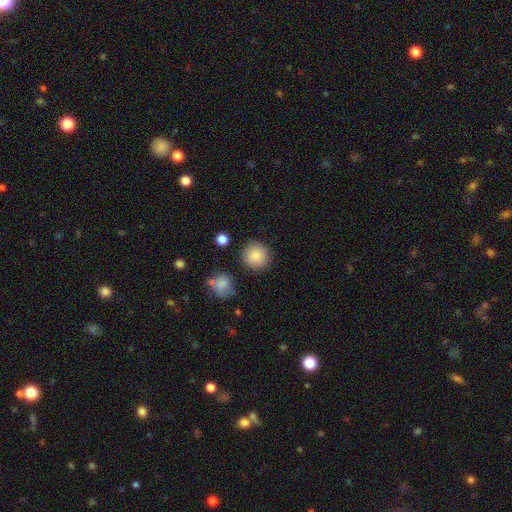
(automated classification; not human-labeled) smooth-or-featured: smooth: 87% | star or artifact: 8% | featured or disk: 5%
  how-rounded: round: 94% | in between: 5% | cigar-shaped: 1%
  merging: none: 86% | minor disturbance: 8% | merger: 3% | major disturbance: 3%